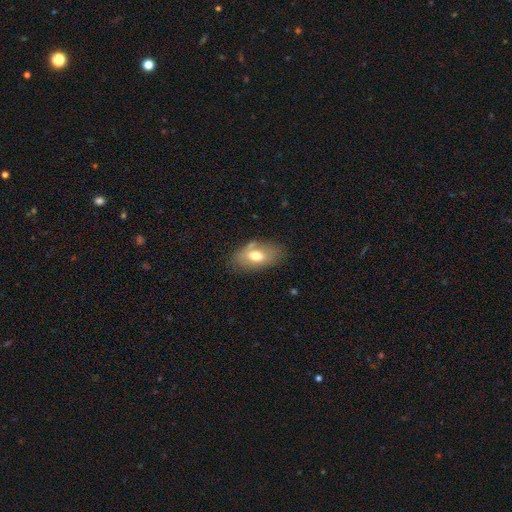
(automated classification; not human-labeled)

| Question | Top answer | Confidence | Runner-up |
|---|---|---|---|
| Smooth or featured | smooth | 67% | featured or disk (26%) |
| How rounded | in between | 90% | round (7%) |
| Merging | none | 65% | minor disturbance (23%) |